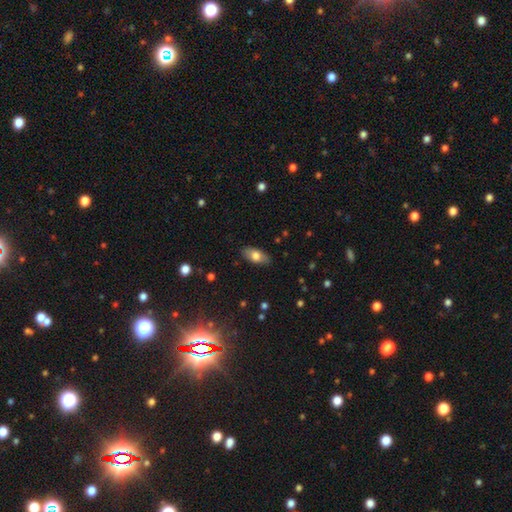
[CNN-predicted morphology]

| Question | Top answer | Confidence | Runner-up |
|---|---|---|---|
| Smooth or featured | smooth | 73% | featured or disk (20%) |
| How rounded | in between | 90% | cigar-shaped (6%) |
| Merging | none | 84% | minor disturbance (12%) |